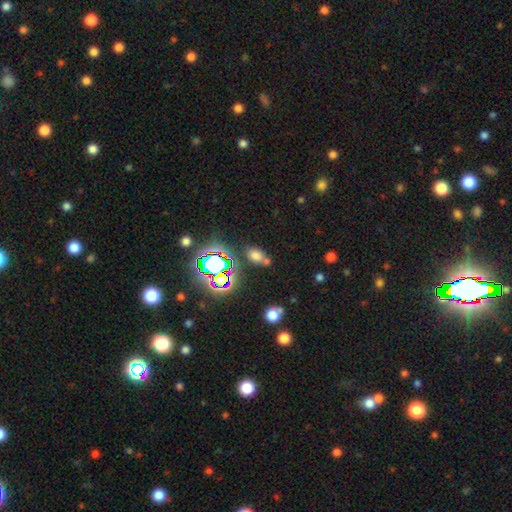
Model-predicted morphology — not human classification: Smooth or featured?
  - smooth: 63% *
  - star or artifact: 28%
  - featured or disk: 10%
How rounded?
  - in between: 77% *
  - round: 20%
  - cigar-shaped: 3%
Merging?
  - none: 60% *
  - merger: 21%
  - minor disturbance: 14%
  - major disturbance: 5%